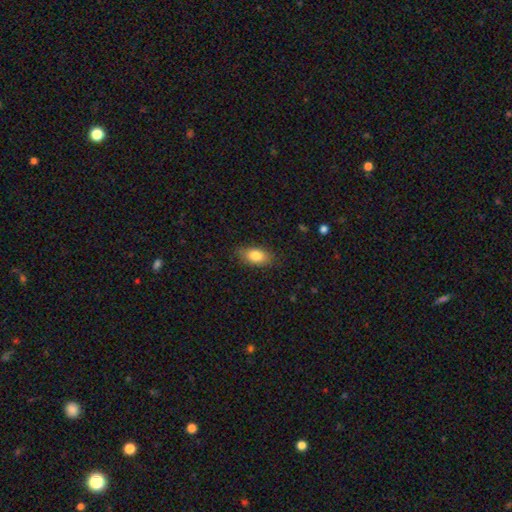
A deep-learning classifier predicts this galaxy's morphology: smooth-or-featured: smooth: 83% | featured or disk: 10% | star or artifact: 8%
  how-rounded: in between: 87% | round: 8% | cigar-shaped: 5%
  merging: none: 83% | minor disturbance: 13% | major disturbance: 3% | merger: 1%